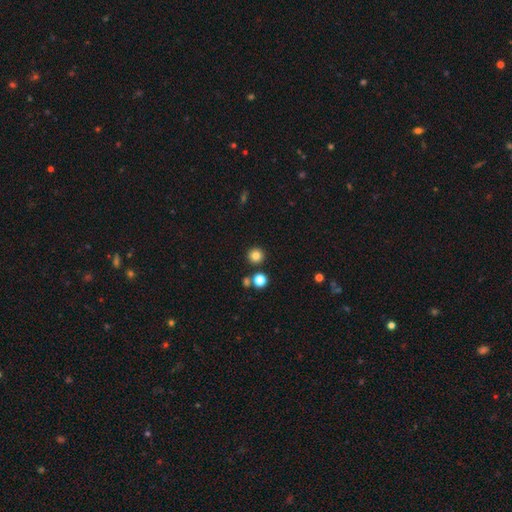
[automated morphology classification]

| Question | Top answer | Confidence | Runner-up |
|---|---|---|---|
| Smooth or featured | smooth | 82% | star or artifact (13%) |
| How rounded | round | 95% | in between (4%) |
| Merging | none | 88% | minor disturbance (6%) |